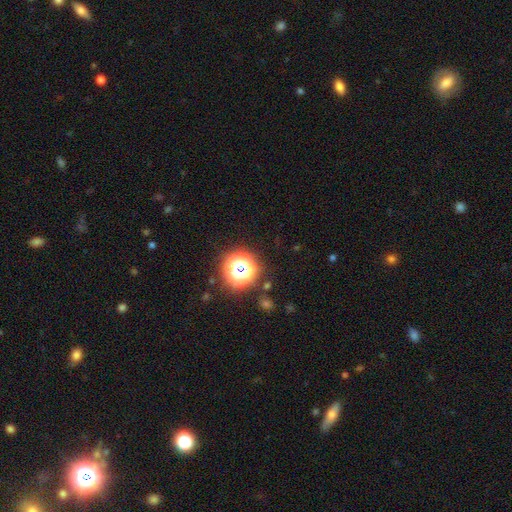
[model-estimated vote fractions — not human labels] Overall: star or artifact (79%).